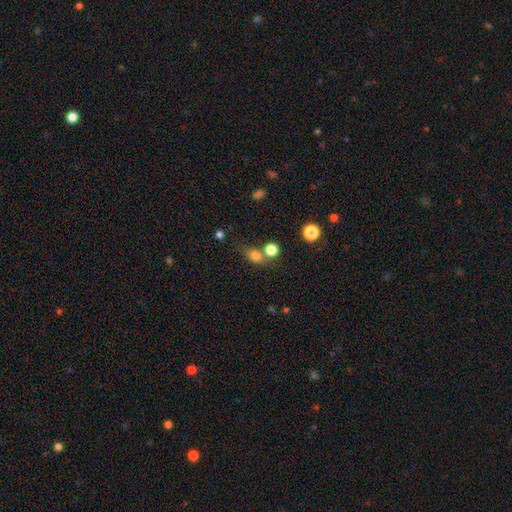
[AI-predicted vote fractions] The model was most divided on "merging": none: 49%, merger: 33%, minor disturbance: 12%, major disturbance: 6%. More confident: smooth or featured — smooth (77%); how rounded — round (57%).